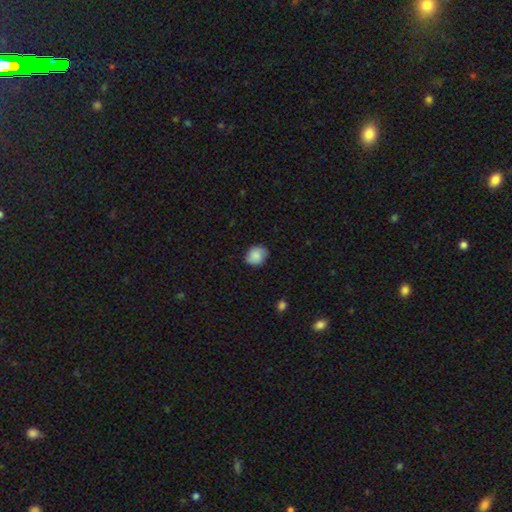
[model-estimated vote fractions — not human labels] This appears to be a smooth galaxy with no disk features (83%) that is round (61%). Merging: none (81%).